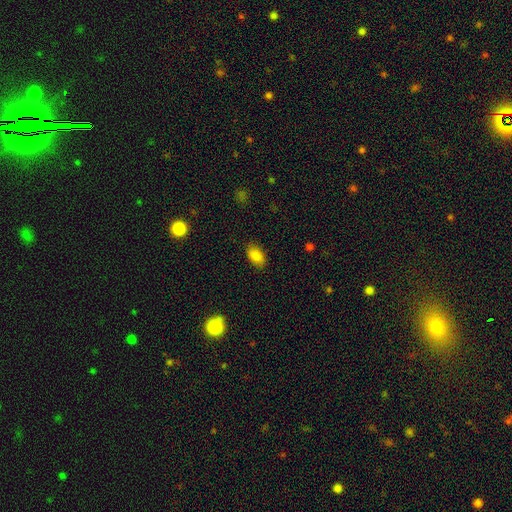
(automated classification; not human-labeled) This appears to be a smooth galaxy with no disk features (85%) that is in between round and cigar-shaped (91%). Merging: none (86%).